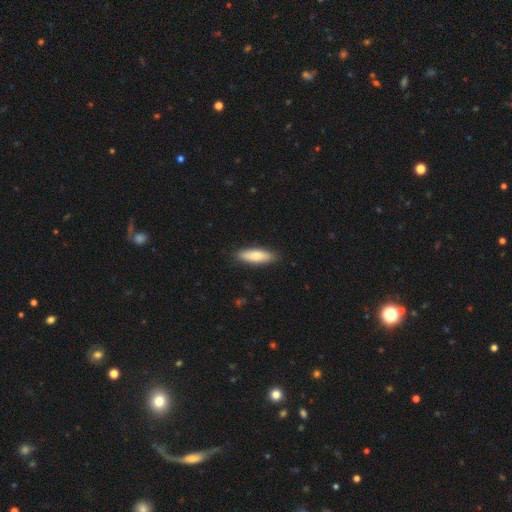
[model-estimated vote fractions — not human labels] Smooth or featured? smooth (80%)
How rounded? in between (49%, tied with cigar-shaped)
Merging? none (88%)